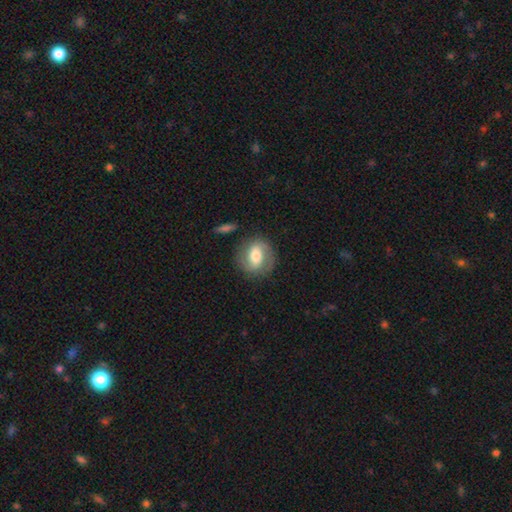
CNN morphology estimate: A featured or disk galaxy (53%) with a weak bar (44%), spiral arms (76%) and a moderate central bulge (62%). Merging: none (79%).